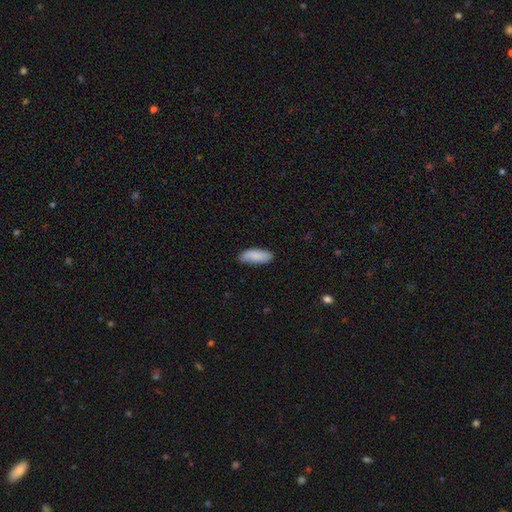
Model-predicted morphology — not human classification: Overall: smooth (88%). How rounded: in between (74%). Merging: none (84%).